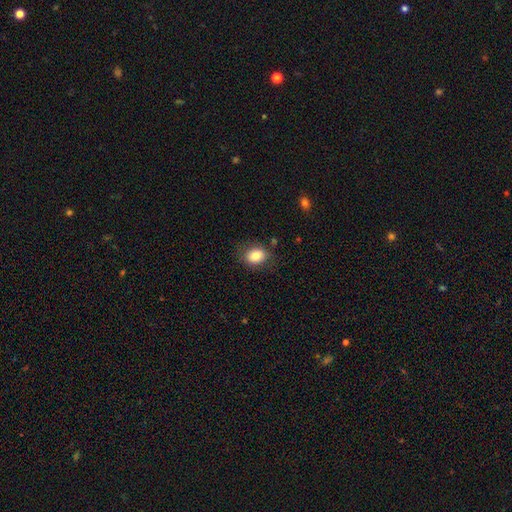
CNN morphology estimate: smooth_or_featured: smooth (p=0.81) [alt: featured or disk p=0.10]
how_rounded: in between (p=0.60) [alt: round p=0.38]
merging: none (p=0.79) [alt: minor disturbance p=0.15]